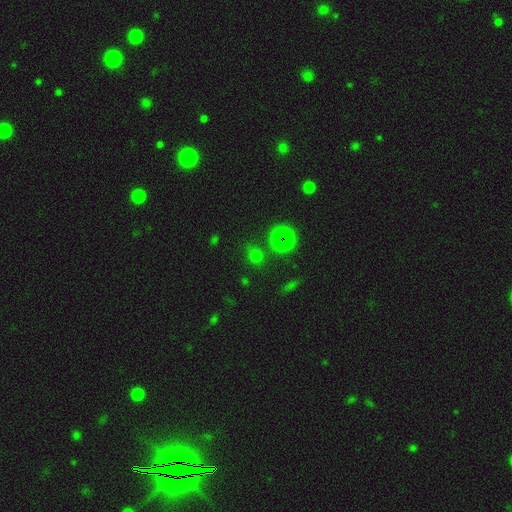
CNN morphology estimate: smooth-or-featured: smooth: 60% | star or artifact: 34% | featured or disk: 6%
  how-rounded: round: 79% | in between: 19% | cigar-shaped: 2%
  merging: none: 77% | minor disturbance: 12% | merger: 6% | major disturbance: 5%